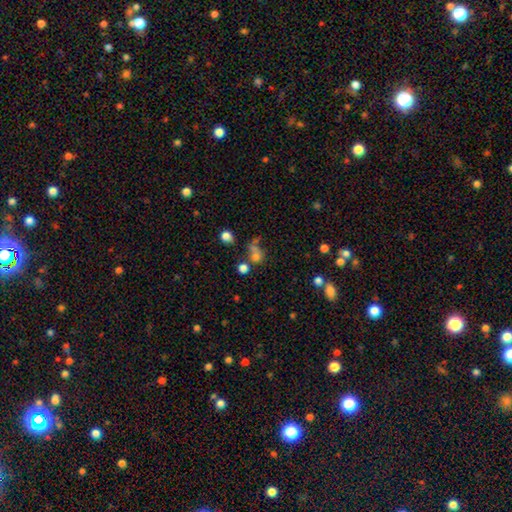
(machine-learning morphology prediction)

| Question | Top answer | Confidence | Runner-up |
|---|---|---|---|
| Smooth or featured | smooth | 66% | star or artifact (20%) |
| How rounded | round | 75% | in between (23%) |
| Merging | none | 41% | merger (28%) |